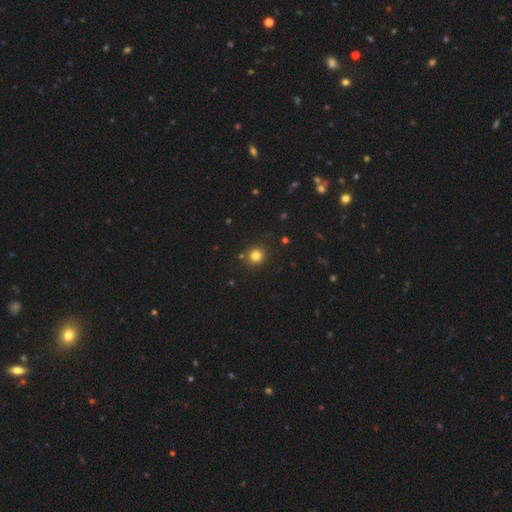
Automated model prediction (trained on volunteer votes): Q: Smooth or featured?
A: smooth (81%); runner-up: star or artifact (14%)
Q: How rounded?
A: round (91%); runner-up: in between (9%)
Q: Merging?
A: none (88%); runner-up: minor disturbance (7%)